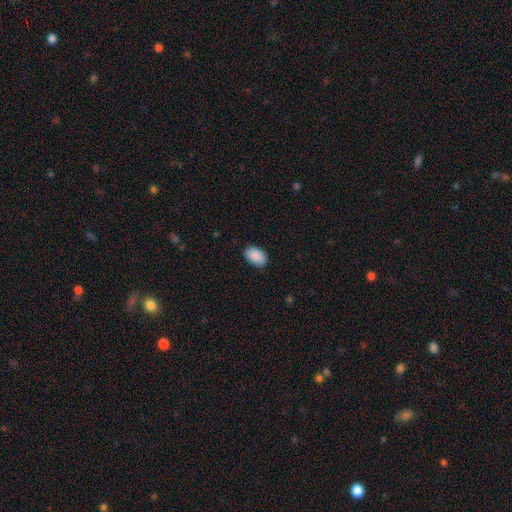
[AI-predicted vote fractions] smooth-or-featured: smooth: 91% | star or artifact: 6% | featured or disk: 3%
  how-rounded: in between: 90% | round: 9% | cigar-shaped: 1%
  merging: none: 88% | minor disturbance: 9% | major disturbance: 2% | merger: 1%